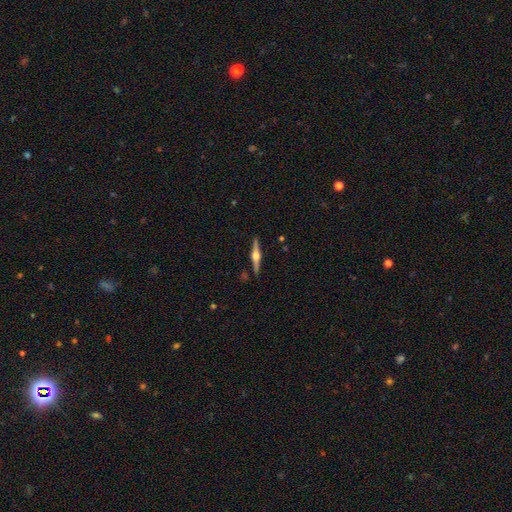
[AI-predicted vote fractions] Overall: featured or disk (82%). Edge-on disk: yes (98%). Edge-on bulge: rounded (93%). Merging: none (91%).